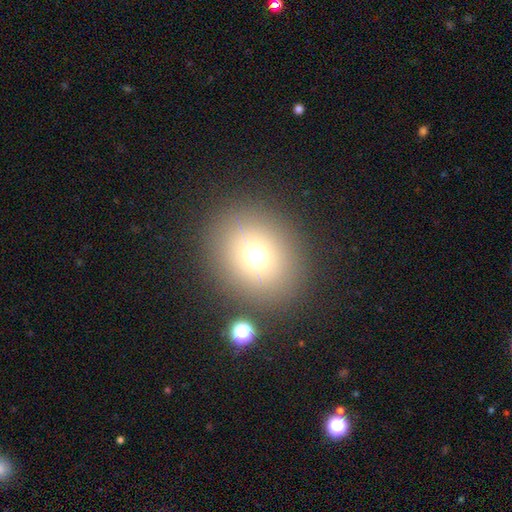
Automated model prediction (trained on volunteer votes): A smooth galaxy with no disk features (69%) that is round (72%). Merging: none (83%).